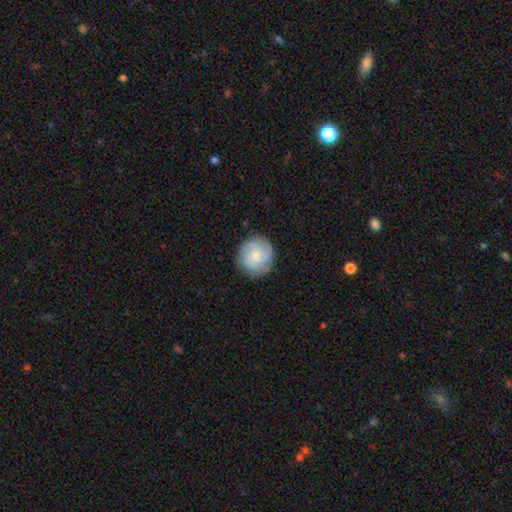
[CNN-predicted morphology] type=featured or disk (55%); edge-on=no (98%); bar=no (72%); spiral arms=yes (92%); bulge=small (51%); merging=none (84%).